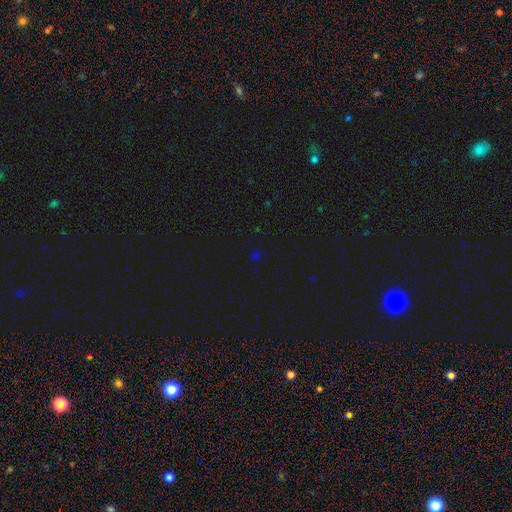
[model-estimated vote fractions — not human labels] star or artifact 61%, smooth 33%, featured or disk 7%.